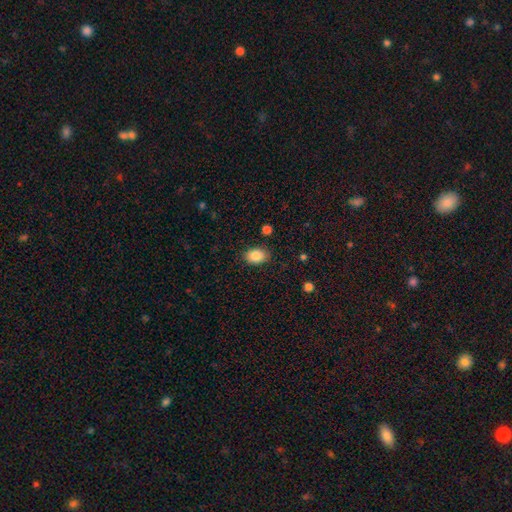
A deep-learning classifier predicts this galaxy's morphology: This is clearly a smooth galaxy (87%). How rounded: clearly in between (80%). Merging: clearly none (84%).